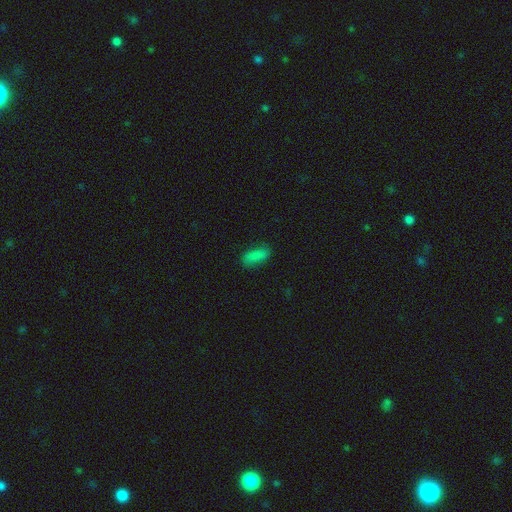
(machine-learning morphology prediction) smooth_or_featured: smooth (p=0.83) [alt: star or artifact p=0.10]
how_rounded: in between (p=0.75) [alt: cigar-shaped p=0.22]
merging: none (p=0.76) [alt: minor disturbance p=0.18]